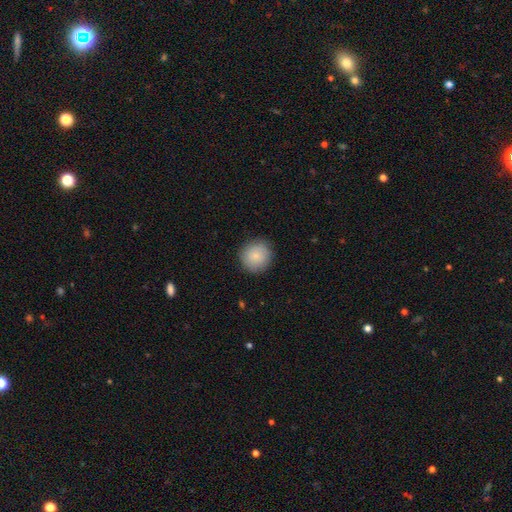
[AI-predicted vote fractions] Smooth or featured? smooth (85%)
How rounded? round (93%)
Merging? none (88%)